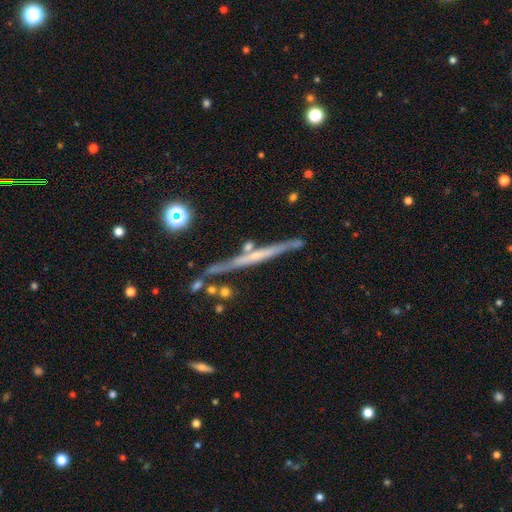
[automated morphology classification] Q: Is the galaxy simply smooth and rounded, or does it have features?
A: featured or disk — 65%.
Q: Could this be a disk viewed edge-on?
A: yes — 96%.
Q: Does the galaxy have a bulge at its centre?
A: none — 65%.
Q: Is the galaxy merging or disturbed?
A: none — 77%.